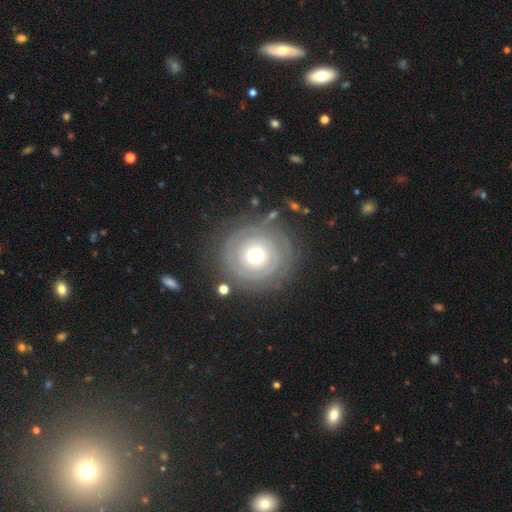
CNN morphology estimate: Q: Smooth or featured?
A: featured or disk (67%); runner-up: smooth (27%)
Q: Edge-on disk?
A: no (97%); runner-up: yes (3%)
Q: Bar?
A: no (89%); runner-up: weak (8%)
Q: Spiral arms?
A: yes (59%); runner-up: no (41%)
Q: Bulge size?
A: moderate (66%); runner-up: small (18%)
Q: Merging?
A: none (78%); runner-up: minor disturbance (13%)